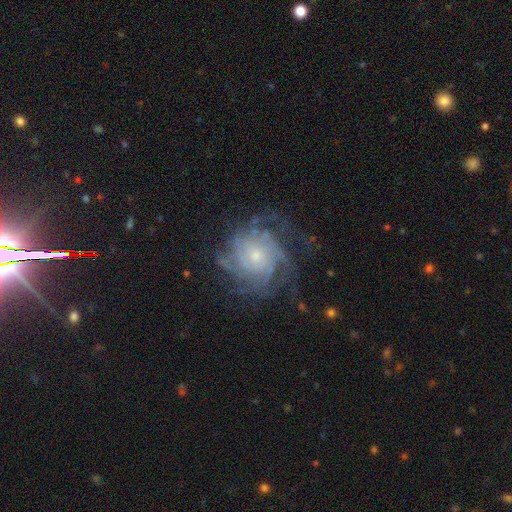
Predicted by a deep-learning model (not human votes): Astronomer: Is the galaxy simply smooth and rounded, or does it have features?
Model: featured or disk — 80%.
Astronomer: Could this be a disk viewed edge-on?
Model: no — 97%.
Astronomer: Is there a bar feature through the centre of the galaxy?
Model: no — 80%.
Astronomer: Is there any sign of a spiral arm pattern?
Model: yes — 91%.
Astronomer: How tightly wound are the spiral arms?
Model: tight — 62%.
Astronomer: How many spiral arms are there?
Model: can't tell — 42% (runner-up: 4, 18%).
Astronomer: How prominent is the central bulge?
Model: small — 59%.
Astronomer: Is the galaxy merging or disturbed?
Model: none — 65%.